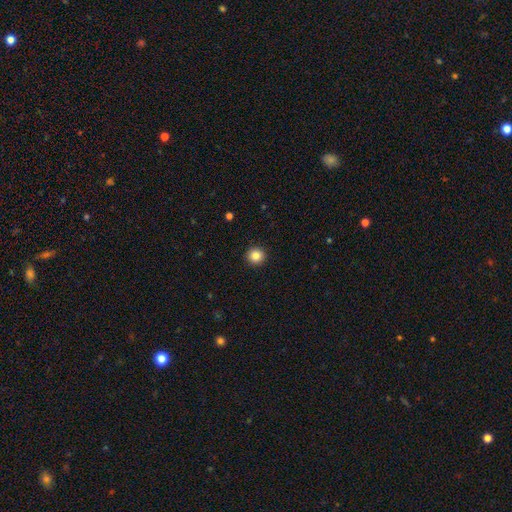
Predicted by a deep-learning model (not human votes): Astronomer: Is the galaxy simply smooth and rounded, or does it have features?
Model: smooth — 85%.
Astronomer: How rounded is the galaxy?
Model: round — 94%.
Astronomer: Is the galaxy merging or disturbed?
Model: none — 93%.